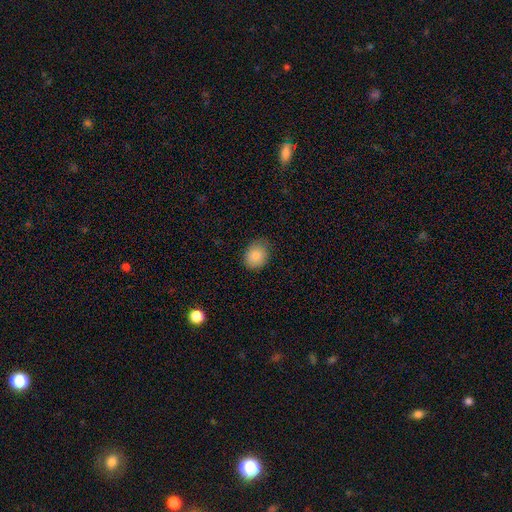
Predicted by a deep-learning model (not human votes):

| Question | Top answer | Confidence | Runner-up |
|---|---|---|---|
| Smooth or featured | smooth | 84% | star or artifact (9%) |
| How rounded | round | 51% | in between (48%) |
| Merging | none | 74% | minor disturbance (21%) |